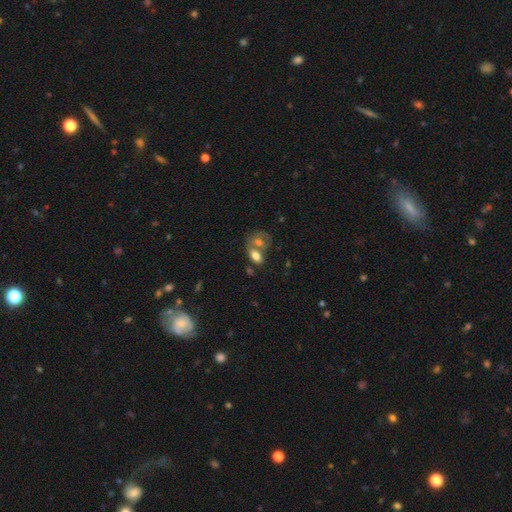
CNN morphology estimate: This appears to be a smooth galaxy with no disk features (70%) that is in between round and cigar-shaped (81%). Merging: merger (57%).